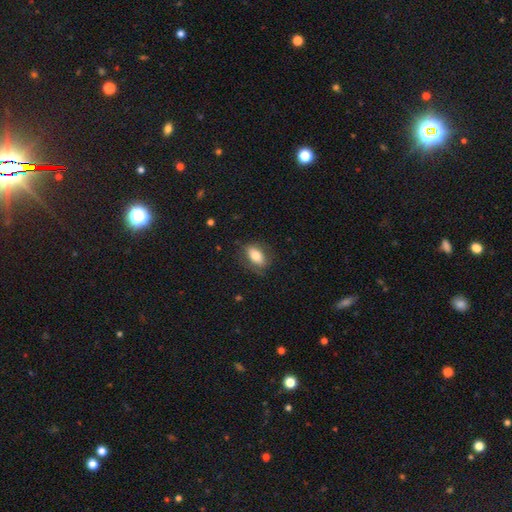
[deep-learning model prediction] Overall: smooth (74%). How rounded: in between (86%). Merging: none (76%).